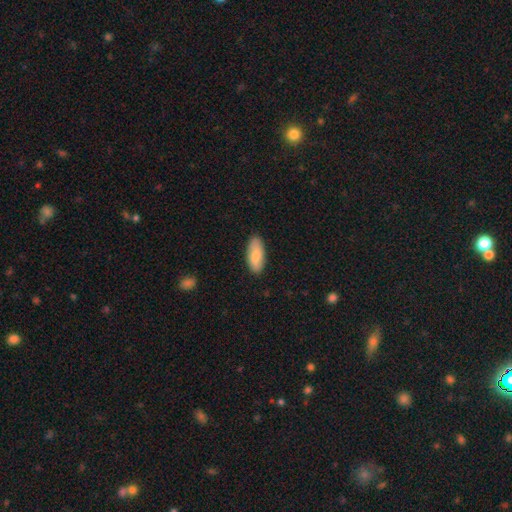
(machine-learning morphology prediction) A smooth galaxy with no disk features (81%) that is in between round and cigar-shaped (87%).

Vote fractions:
- Smooth or featured? smooth: 81% / featured or disk: 13% / star or artifact: 6%
- How rounded? in between: 87% / cigar-shaped: 11% / round: 2%
- Merging? none: 86% / minor disturbance: 11% / major disturbance: 2% / merger: 1%